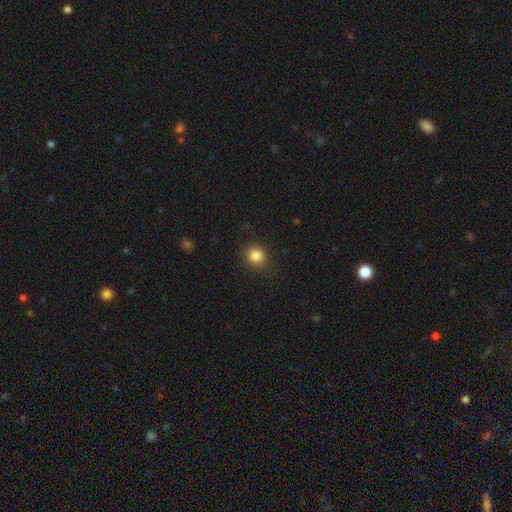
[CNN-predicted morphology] A smooth galaxy with no disk features (85%) that is round (85%). Merging: none (87%).